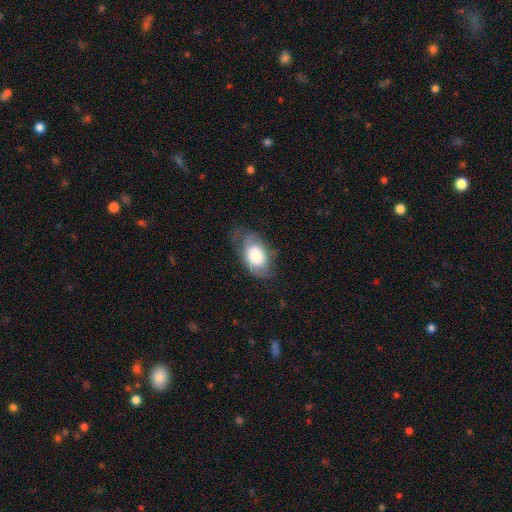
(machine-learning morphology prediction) A smooth galaxy with no disk features (68%) that is in between round and cigar-shaped (91%).

Vote fractions:
- Smooth or featured? smooth: 68% / featured or disk: 25% / star or artifact: 7%
- How rounded? in between: 91% / round: 7% / cigar-shaped: 1%
- Merging? none: 49% / minor disturbance: 32% / major disturbance: 18% / merger: 2%